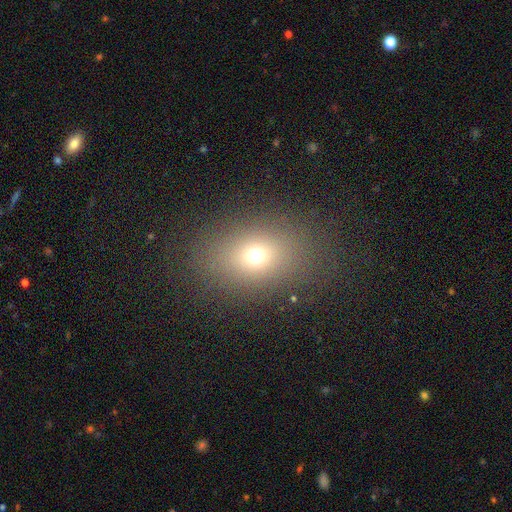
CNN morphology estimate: smooth-or-featured: smooth: 68% | star or artifact: 19% | featured or disk: 14%
  how-rounded: in between: 64% | round: 34% | cigar-shaped: 2%
  merging: none: 82% | minor disturbance: 10% | major disturbance: 7% | merger: 1%